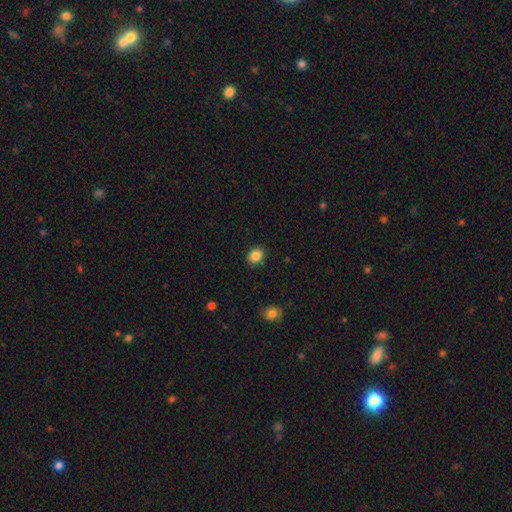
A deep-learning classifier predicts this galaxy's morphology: The model was most divided on "how rounded": round: 60%, in between: 39%, cigar-shaped: 1%. More confident: merging — none (90%); smooth or featured — smooth (86%).